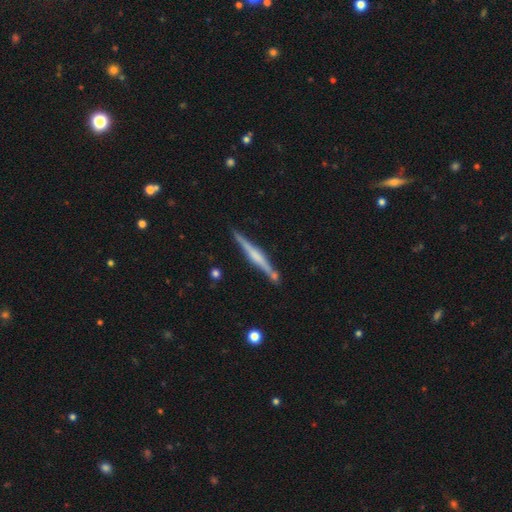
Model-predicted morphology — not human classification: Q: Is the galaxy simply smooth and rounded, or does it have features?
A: featured or disk — 73%.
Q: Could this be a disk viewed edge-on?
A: yes — 98%.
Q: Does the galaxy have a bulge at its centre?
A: rounded — 50%.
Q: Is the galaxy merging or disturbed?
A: none — 83%.